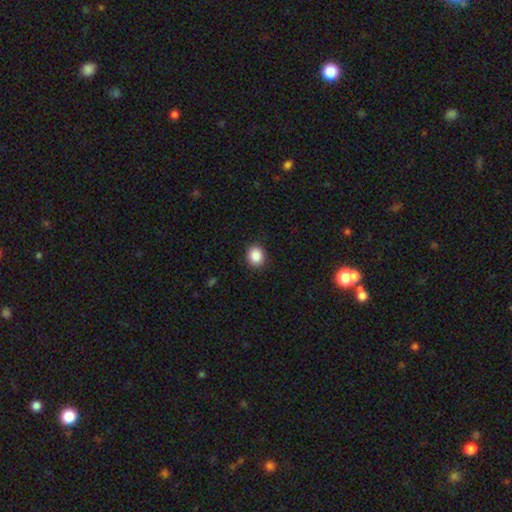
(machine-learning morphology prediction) Smooth or featured: smooth — 88% (star or artifact — 9%)
How rounded: round — 69% (in between — 30%)
Merging: none — 89% (minor disturbance — 7%)